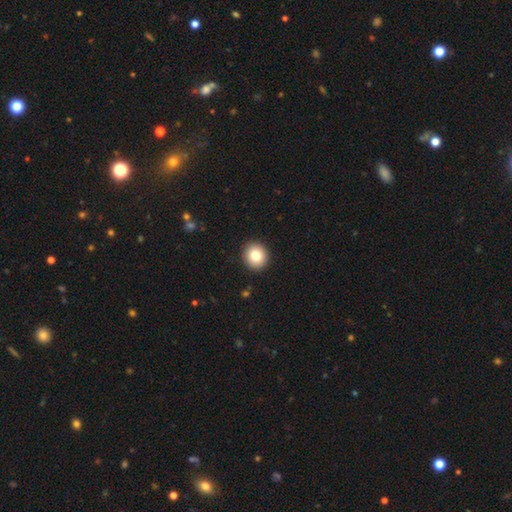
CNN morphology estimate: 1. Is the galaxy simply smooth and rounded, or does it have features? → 80% smooth, 10% featured or disk, 10% star or artifact.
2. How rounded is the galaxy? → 89% round, 10% in between, 1% cigar-shaped.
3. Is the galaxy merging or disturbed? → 92% none, 5% minor disturbance, 2% major disturbance, 1% merger.